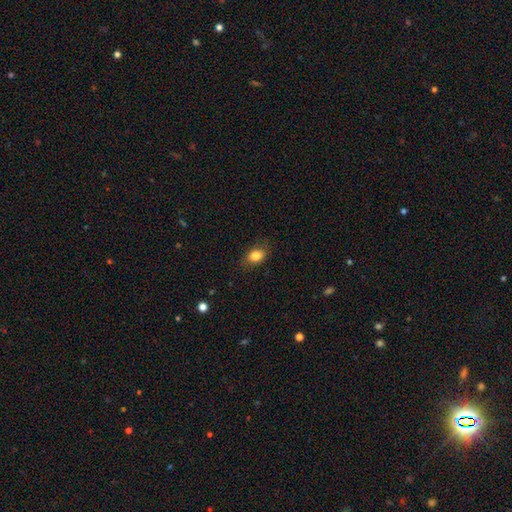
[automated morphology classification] Smooth or featured?
  - smooth: 83% *
  - star or artifact: 9%
  - featured or disk: 8%
How rounded?
  - in between: 77% *
  - round: 21%
  - cigar-shaped: 2%
Merging?
  - none: 78% *
  - minor disturbance: 17%
  - major disturbance: 5%
  - merger: 1%